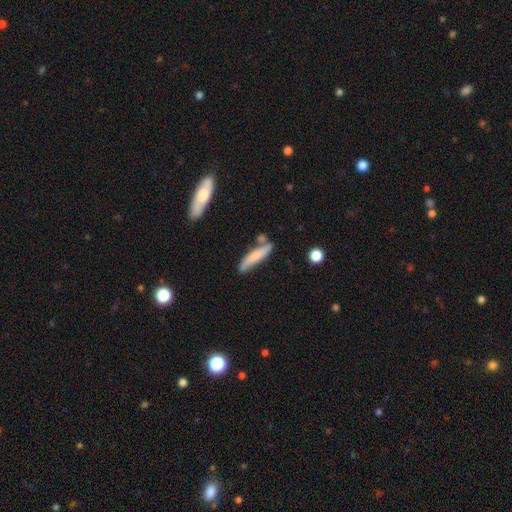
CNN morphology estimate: A smooth galaxy with no disk features (63%) that is cigar-shaped (83%). Merging: none (66%).